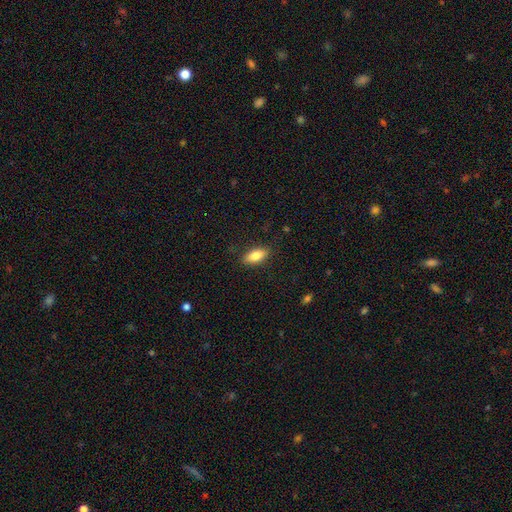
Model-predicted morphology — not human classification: The model was most divided on "how rounded": in between: 82%, cigar-shaped: 15%, round: 3%. More confident: merging — none (86%); smooth or featured — smooth (81%).